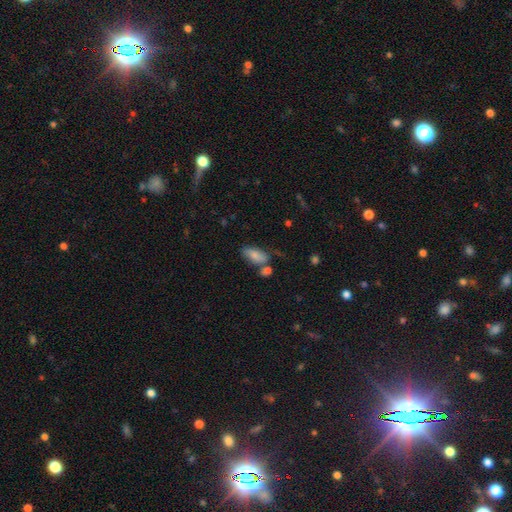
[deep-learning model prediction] Smooth or featured? Predicted: smooth (p=0.78). How rounded? Predicted: in between (p=0.86). Merging? Predicted: none (p=0.57).